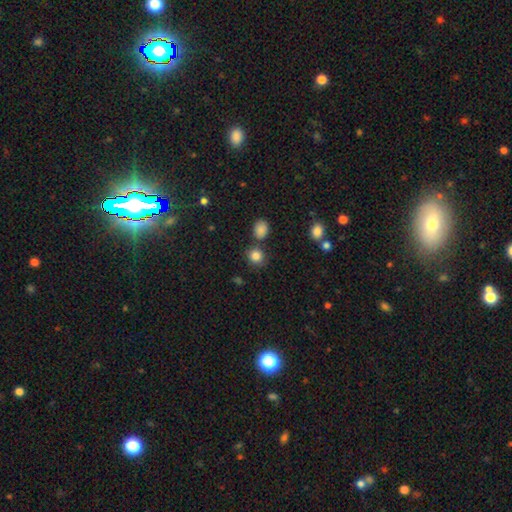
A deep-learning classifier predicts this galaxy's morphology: Overall: smooth (83%). How rounded: round (84%). Merging: none (74%).